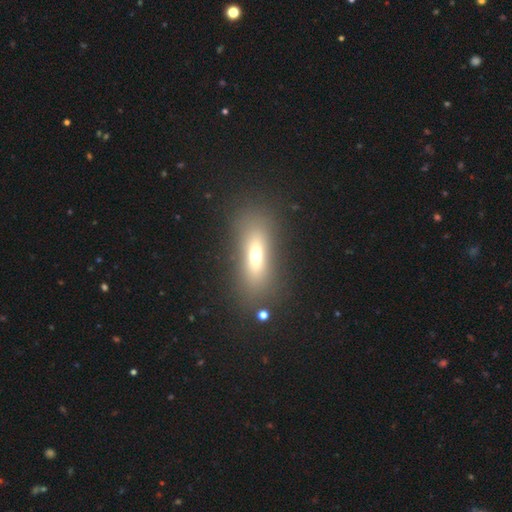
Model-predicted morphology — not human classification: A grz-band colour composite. It shows a smooth galaxy with no disk features (59%) that is in between round and cigar-shaped (51%). Merging: none (80%).